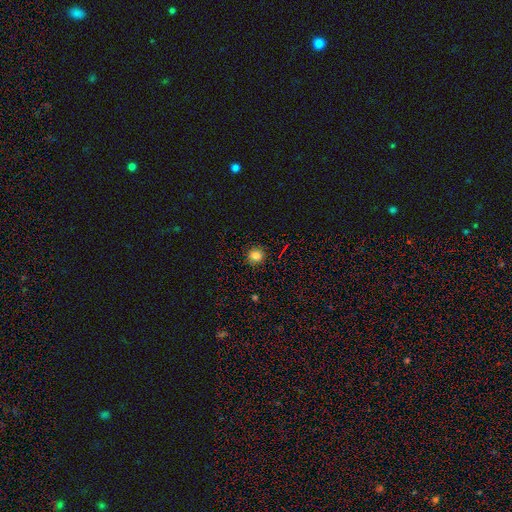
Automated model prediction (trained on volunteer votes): This appears to be a smooth galaxy with no disk features (81%) that is round (91%). Merging: none (90%).